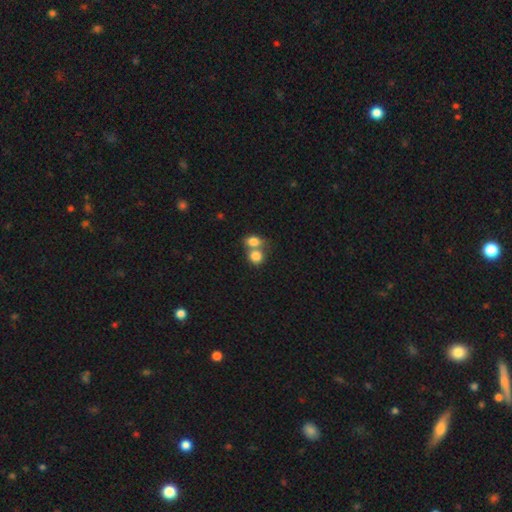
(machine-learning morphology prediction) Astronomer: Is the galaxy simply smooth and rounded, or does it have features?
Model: smooth — 82%.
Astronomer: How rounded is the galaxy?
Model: round — 60% (runner-up: in between, 39%).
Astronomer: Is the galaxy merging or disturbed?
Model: merger — 59%.